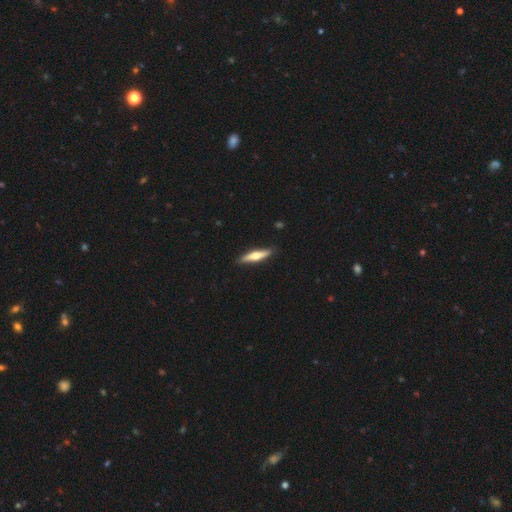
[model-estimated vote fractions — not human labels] Overall: smooth (49%; featured or disk 46%). Merging: none (89%).